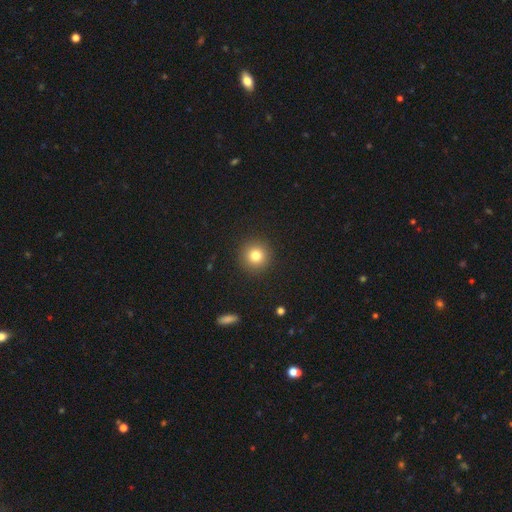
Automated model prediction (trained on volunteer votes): Morphology: type=smooth (80%); roundness=round (95%); merging=none (92%).